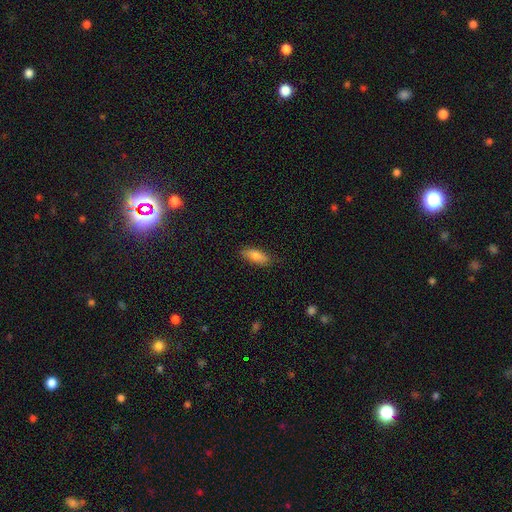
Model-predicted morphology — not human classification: Overall: smooth (80%). How rounded: in between (70%). Merging: none (83%).